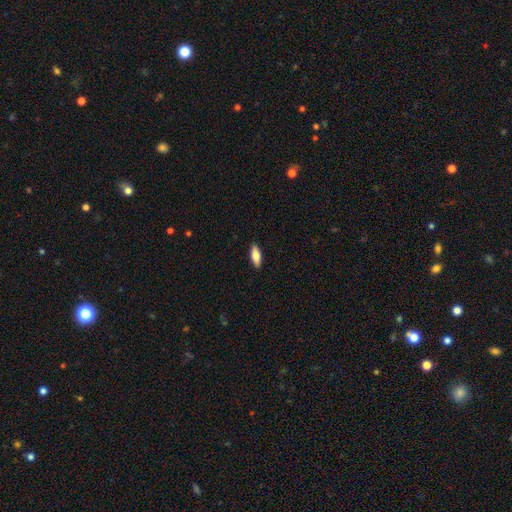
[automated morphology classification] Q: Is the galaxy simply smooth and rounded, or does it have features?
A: smooth — 76%.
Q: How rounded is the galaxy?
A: in between — 70%.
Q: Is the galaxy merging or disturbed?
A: none — 90%.